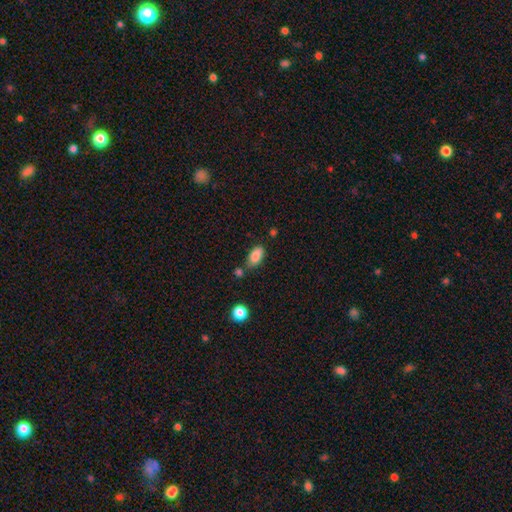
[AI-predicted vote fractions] smooth-or-featured: smooth: 85% | star or artifact: 8% | featured or disk: 7%
  how-rounded: in between: 91% | cigar-shaped: 5% | round: 4%
  merging: none: 67% | minor disturbance: 17% | merger: 12% | major disturbance: 4%